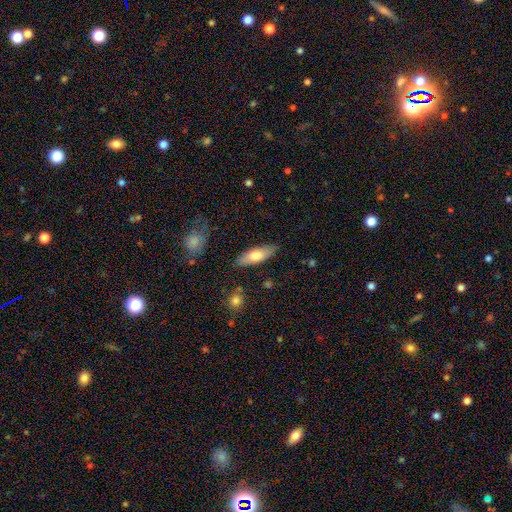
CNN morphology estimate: type=smooth (68%); roundness=in between (66%); merging=none (84%).